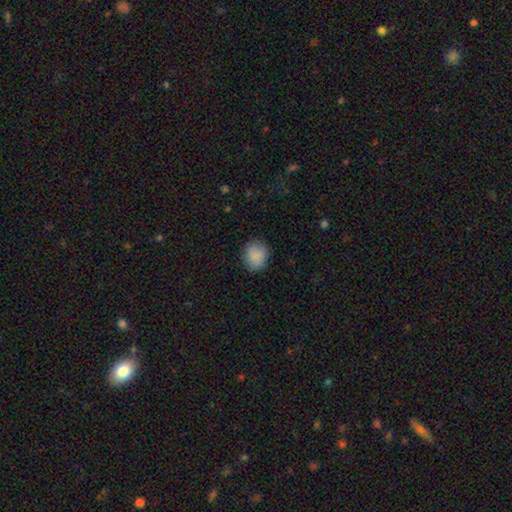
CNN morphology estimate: The model was most divided on "how rounded": round: 73%, in between: 26%, cigar-shaped: 1%. More confident: smooth or featured — smooth (88%); merging — none (85%).